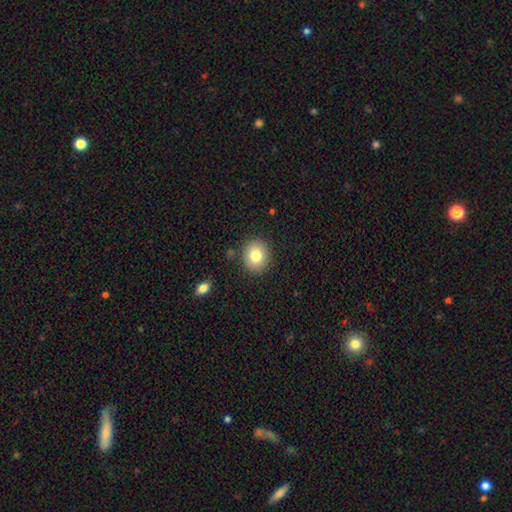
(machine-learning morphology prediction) smooth 80%, featured or disk 10%, star or artifact 9%. Down the decision tree: how rounded — round (69%); merging — none (87%).